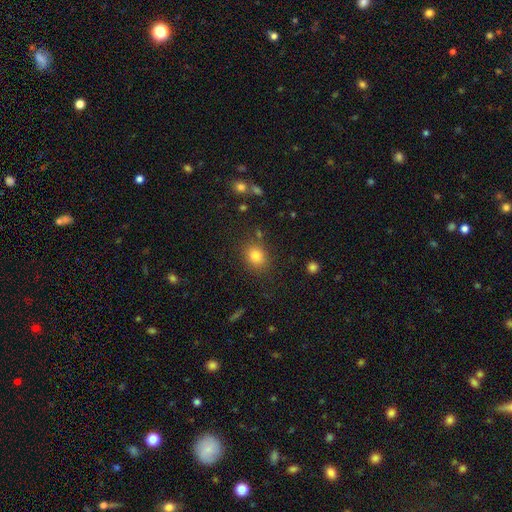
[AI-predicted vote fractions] Smooth or featured? Predicted: smooth (p=0.82). How rounded? Predicted: round (p=0.63). Merging? Predicted: none (p=0.81).